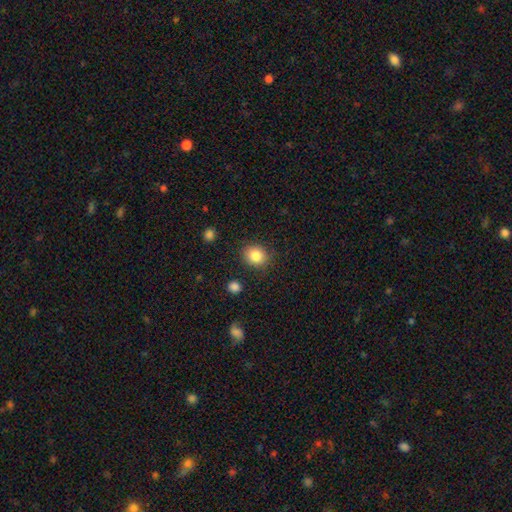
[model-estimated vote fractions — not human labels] Q: Smooth or featured?
A: smooth (84%); runner-up: star or artifact (10%)
Q: How rounded?
A: round (70%); runner-up: in between (29%)
Q: Merging?
A: none (86%); runner-up: minor disturbance (9%)